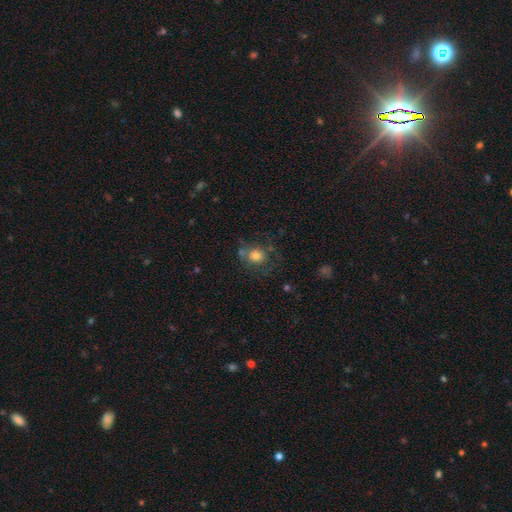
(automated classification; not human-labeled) This is likely a smooth galaxy (70%). How rounded: likely round (76%). Merging: possibly none (54%).